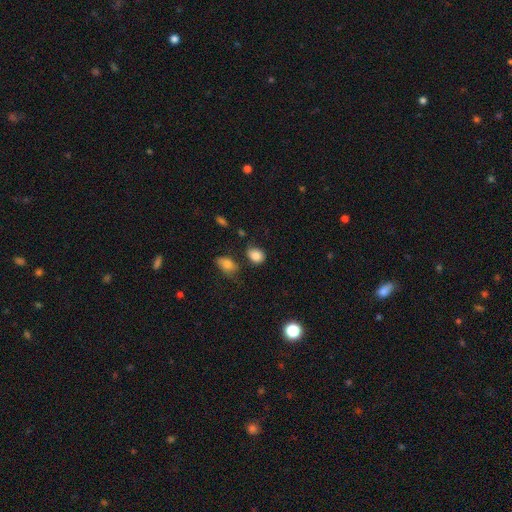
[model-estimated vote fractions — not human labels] The model was most divided on "how rounded": in between: 55%, round: 44%, cigar-shaped: 1%. More confident: smooth or featured — smooth (85%); merging — none (69%).